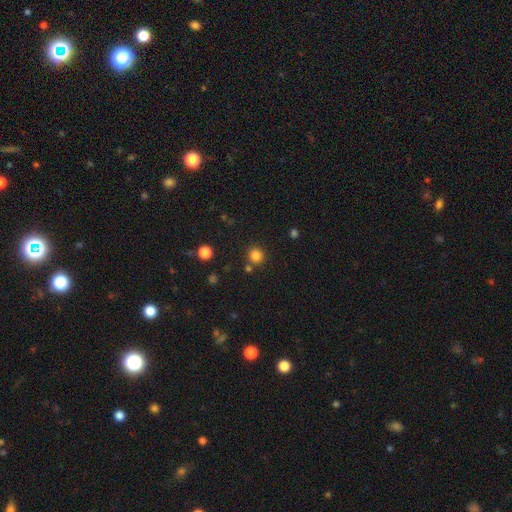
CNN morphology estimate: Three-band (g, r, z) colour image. It shows a smooth galaxy with no disk features (82%) that is round (92%). Merging: none (82%).